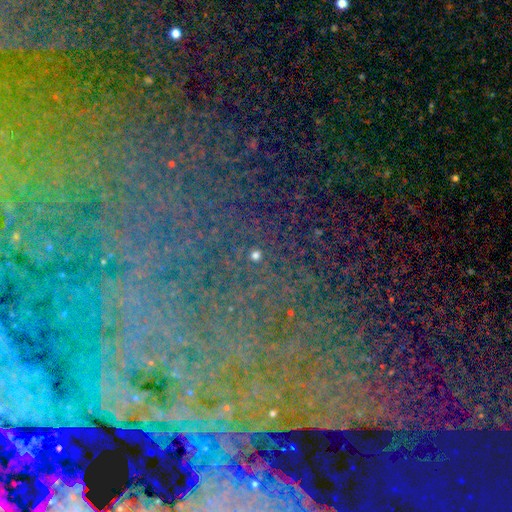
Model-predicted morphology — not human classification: A star or artifact, not a galaxy (79%).

Vote fractions:
- Smooth or featured? star or artifact: 79% / smooth: 13% / featured or disk: 8%